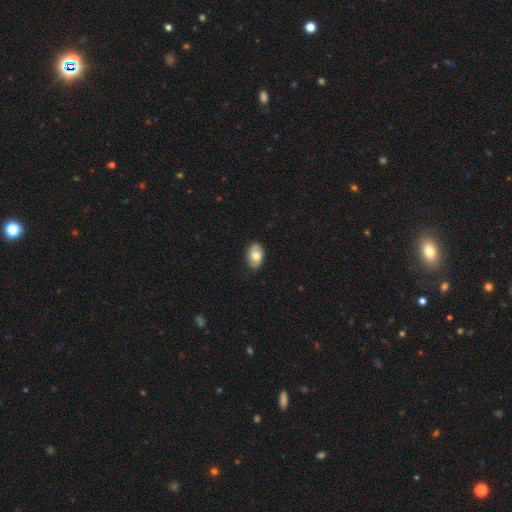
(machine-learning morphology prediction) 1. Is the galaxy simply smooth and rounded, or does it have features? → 63% smooth, 31% featured or disk, 7% star or artifact.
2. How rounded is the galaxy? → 89% in between, 9% round, 1% cigar-shaped.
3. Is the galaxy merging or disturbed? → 83% none, 13% minor disturbance, 2% major disturbance, 1% merger.